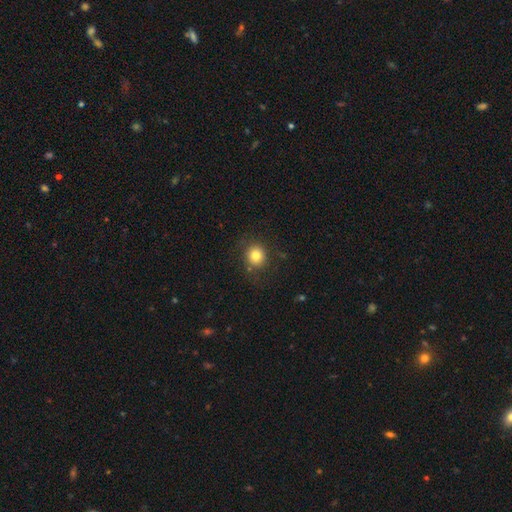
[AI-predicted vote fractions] Smooth or featured?
  - smooth: 81% *
  - star or artifact: 12%
  - featured or disk: 7%
How rounded?
  - round: 87% *
  - in between: 12%
  - cigar-shaped: 1%
Merging?
  - none: 84% *
  - minor disturbance: 10%
  - major disturbance: 4%
  - merger: 2%